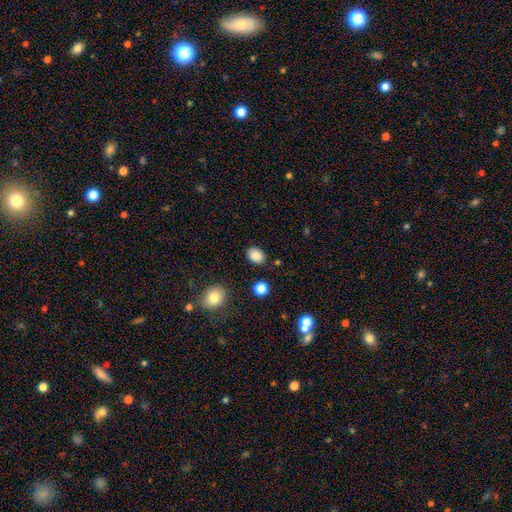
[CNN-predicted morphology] Overall: smooth (87%). How rounded: in between (74%). Merging: none (85%).